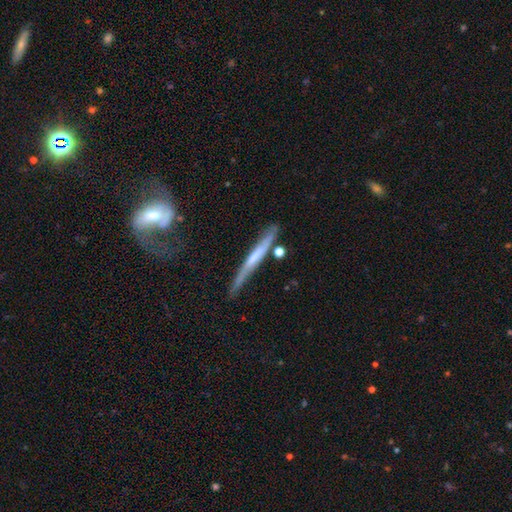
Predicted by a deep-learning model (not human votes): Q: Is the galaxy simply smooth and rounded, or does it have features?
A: featured or disk — 59%.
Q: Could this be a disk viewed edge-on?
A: yes — 91%.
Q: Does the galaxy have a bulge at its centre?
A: none — 67%.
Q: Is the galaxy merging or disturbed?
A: none — 68%.